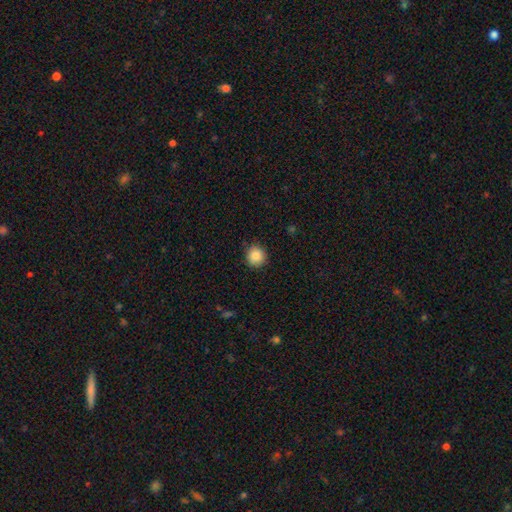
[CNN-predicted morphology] The model was most divided on "smooth or featured": smooth: 87%, star or artifact: 9%, featured or disk: 4%. More confident: how rounded — round (93%); merging — none (90%).